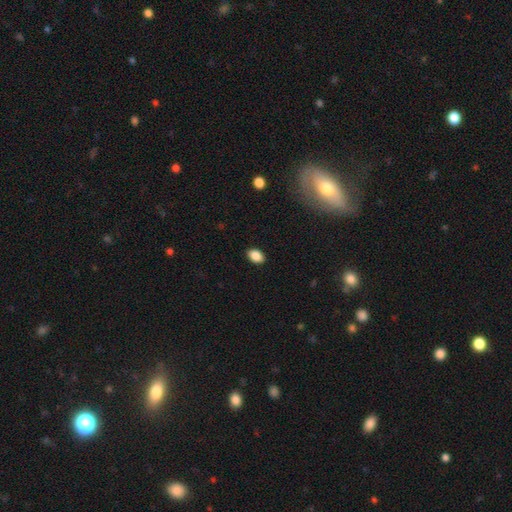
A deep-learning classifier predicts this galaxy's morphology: This appears to be a smooth galaxy with no disk features (88%) that is in between round and cigar-shaped (87%). Merging: none (89%).